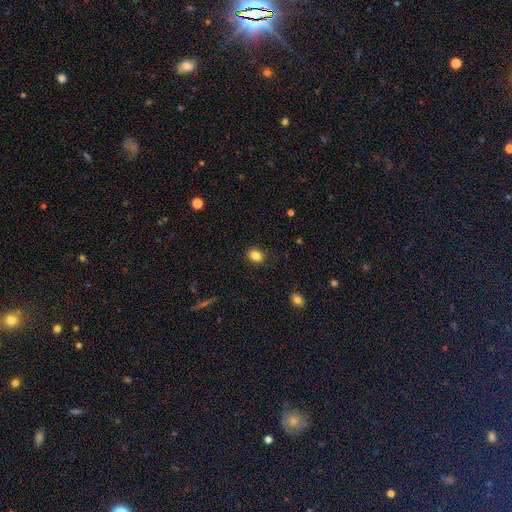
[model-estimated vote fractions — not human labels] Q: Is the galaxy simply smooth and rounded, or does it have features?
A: smooth — 85%.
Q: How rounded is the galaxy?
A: in between — 56%.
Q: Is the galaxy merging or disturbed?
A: none — 86%.